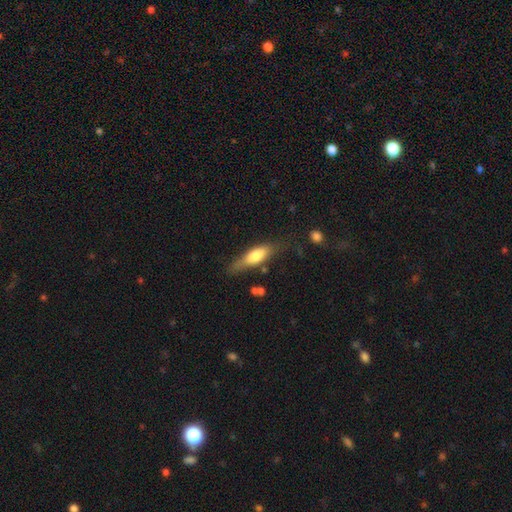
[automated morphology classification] smooth_or_featured: smooth (p=0.66) [alt: featured or disk p=0.28]
how_rounded: cigar-shaped (p=0.50) [alt: in between p=0.48]
merging: none (p=0.62) [alt: minor disturbance p=0.25]